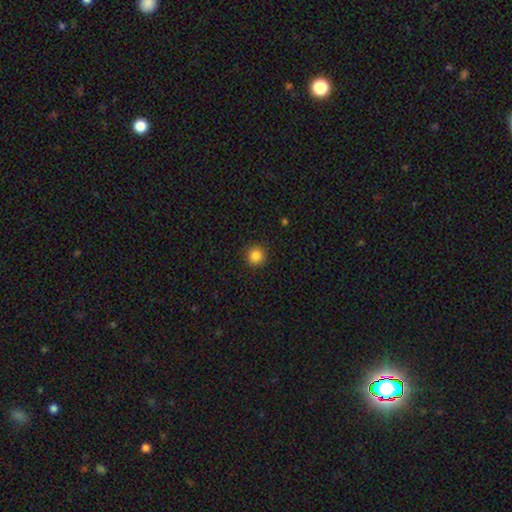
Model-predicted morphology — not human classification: This is clearly a smooth galaxy (84%). How rounded: clearly round (94%). Merging: clearly none (92%).